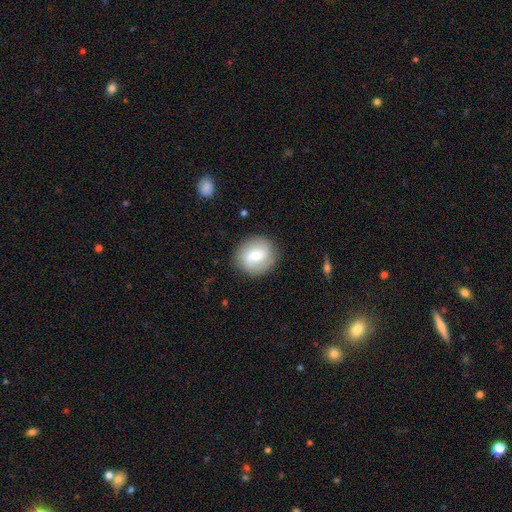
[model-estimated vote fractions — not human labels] smooth_or_featured: smooth (p=0.51) [alt: featured or disk p=0.42]
how_rounded: round (p=0.81) [alt: in between p=0.18]
merging: none (p=0.85) [alt: minor disturbance p=0.10]